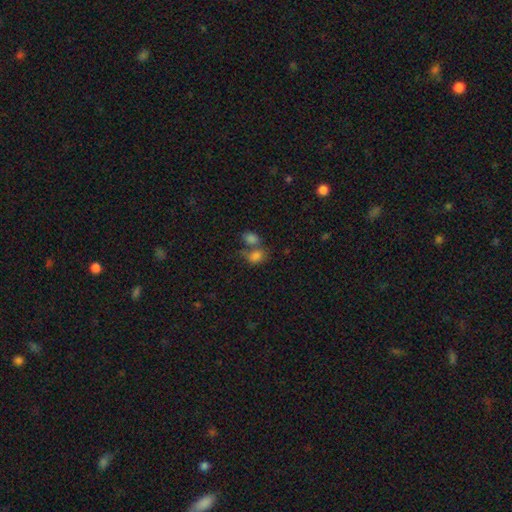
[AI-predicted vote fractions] Smooth or featured? smooth (80%)
How rounded? in between (72%)
Merging? merger (55%)